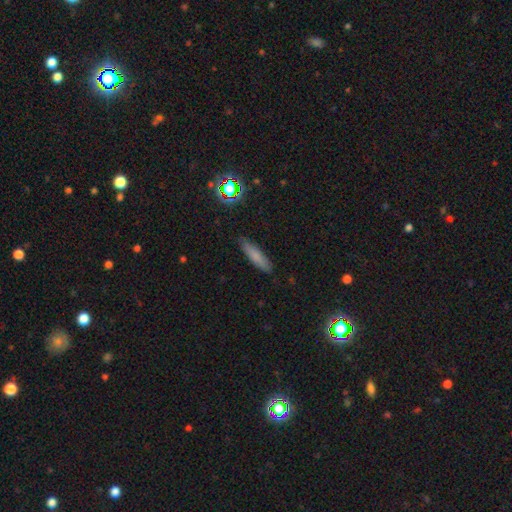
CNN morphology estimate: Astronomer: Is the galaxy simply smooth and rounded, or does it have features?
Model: smooth — 75%.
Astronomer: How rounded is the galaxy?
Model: cigar-shaped — 76%.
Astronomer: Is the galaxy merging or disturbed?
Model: none — 86%.